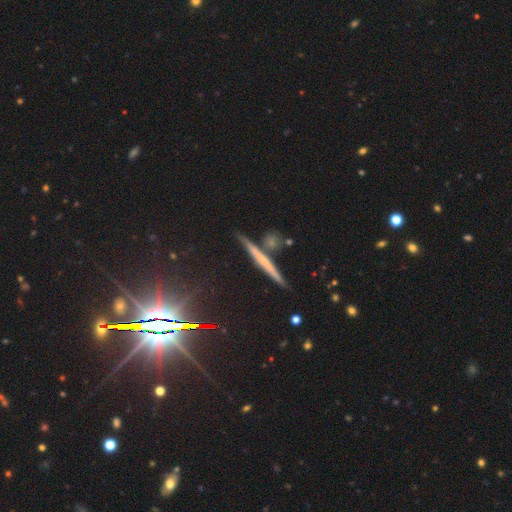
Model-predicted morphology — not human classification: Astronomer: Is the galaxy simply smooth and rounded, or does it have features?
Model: featured or disk — 48% (runner-up: smooth, 39%).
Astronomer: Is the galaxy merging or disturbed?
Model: none — 79%.